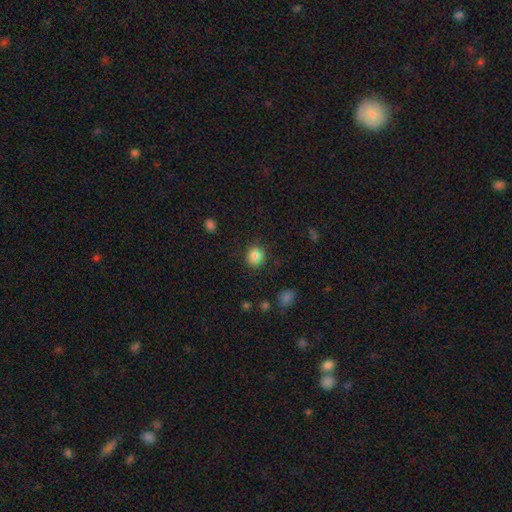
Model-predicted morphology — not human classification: The model was most divided on "how rounded": round: 84%, in between: 15%, cigar-shaped: 1%. More confident: merging — none (86%); smooth or featured — smooth (84%).